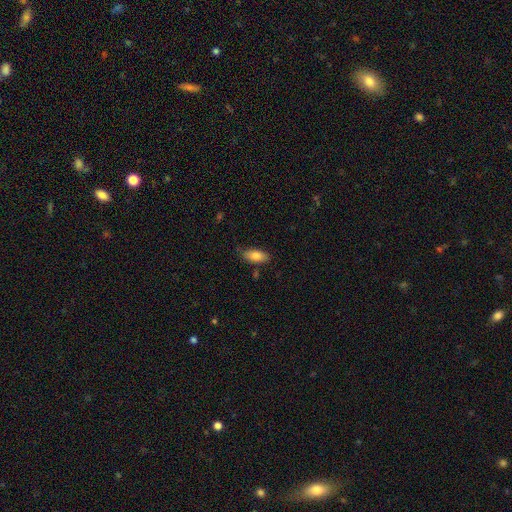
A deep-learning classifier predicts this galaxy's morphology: This appears to be a smooth galaxy with no disk features (80%) that is in between round and cigar-shaped (85%). Merging: none (78%).